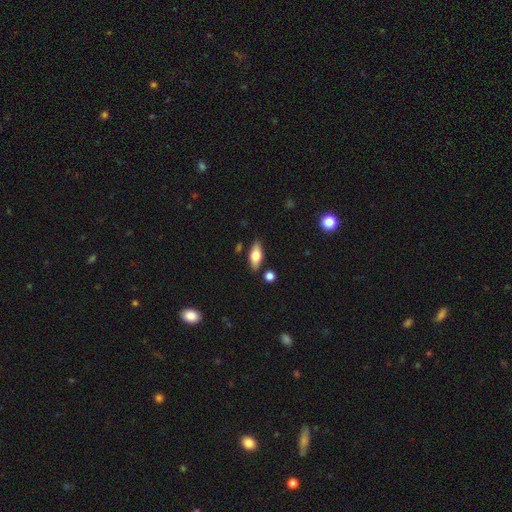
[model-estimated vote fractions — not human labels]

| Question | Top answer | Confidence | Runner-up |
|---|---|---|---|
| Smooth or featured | smooth | 66% | featured or disk (28%) |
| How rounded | in between | 76% | cigar-shaped (21%) |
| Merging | none | 84% | minor disturbance (10%) |